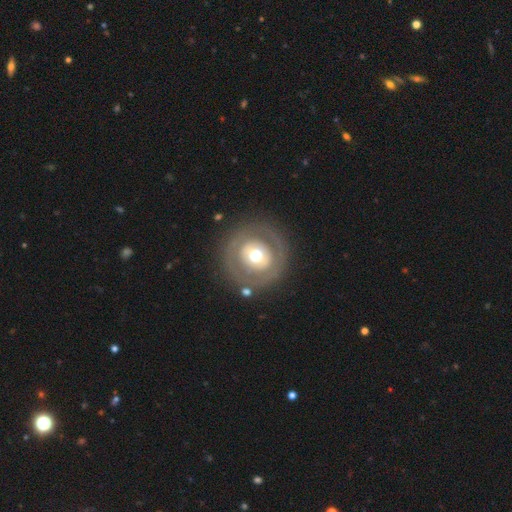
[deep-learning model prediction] This appears to be a featured or disk galaxy (51%). Merging: none (81%).